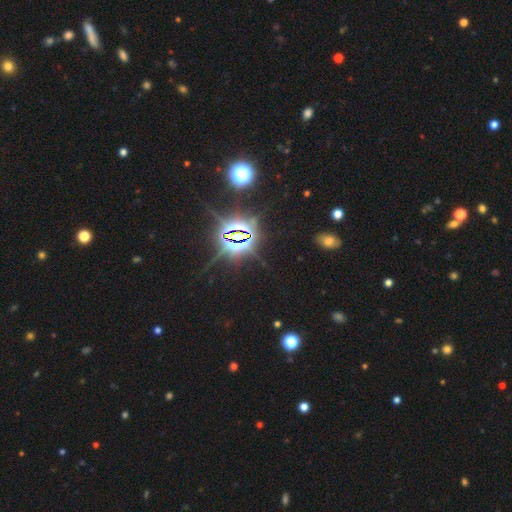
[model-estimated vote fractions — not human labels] Smooth or featured? star or artifact (85%)